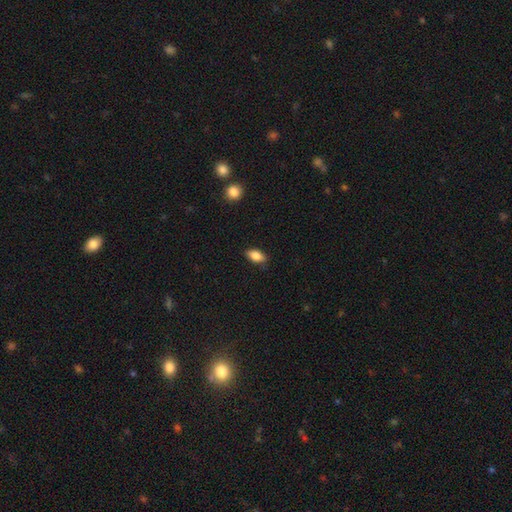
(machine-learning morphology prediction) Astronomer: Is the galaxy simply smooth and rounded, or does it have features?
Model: smooth — 85%.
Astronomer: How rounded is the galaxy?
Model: in between — 89%.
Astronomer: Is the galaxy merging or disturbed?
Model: none — 84%.